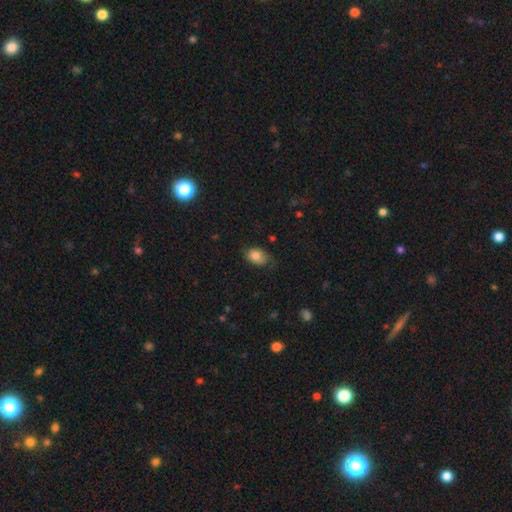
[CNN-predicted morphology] smooth_or_featured: smooth (p=0.83) [alt: featured or disk p=0.09]
how_rounded: in between (p=0.81) [alt: round p=0.18]
merging: none (p=0.57) [alt: minor disturbance p=0.32]